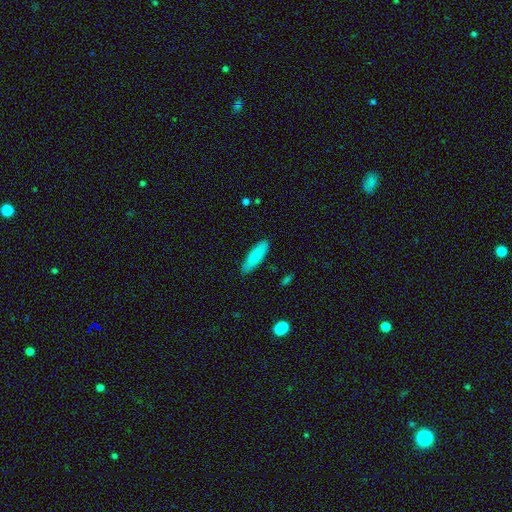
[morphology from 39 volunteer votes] Smooth or featured? 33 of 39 (85%) said smooth. How rounded? 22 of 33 (67%) said in between. Merging? 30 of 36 (83%) said none.